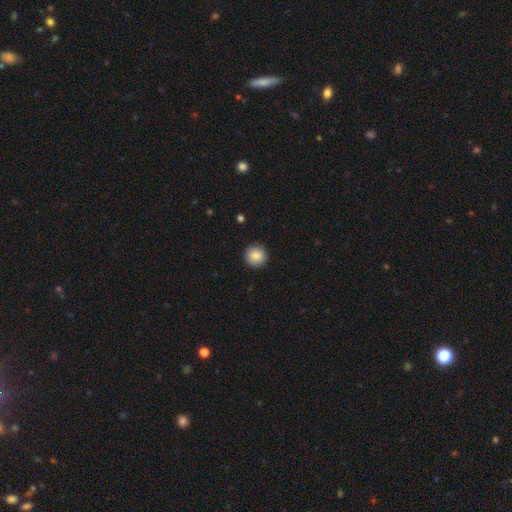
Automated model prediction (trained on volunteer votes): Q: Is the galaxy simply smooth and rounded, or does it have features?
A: smooth — 85%.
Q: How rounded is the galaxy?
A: round — 95%.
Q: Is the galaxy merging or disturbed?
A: none — 91%.